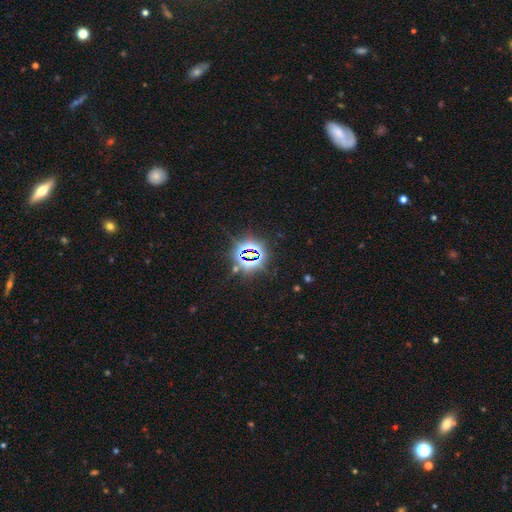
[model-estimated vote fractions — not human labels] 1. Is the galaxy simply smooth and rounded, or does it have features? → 80% star or artifact, 12% smooth, 8% featured or disk.